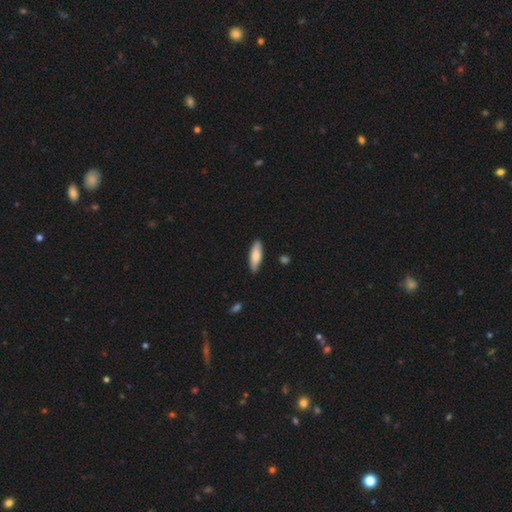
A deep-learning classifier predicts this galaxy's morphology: A smooth galaxy with no disk features (76%) that is in between round and cigar-shaped (51%). Merging: none (83%).